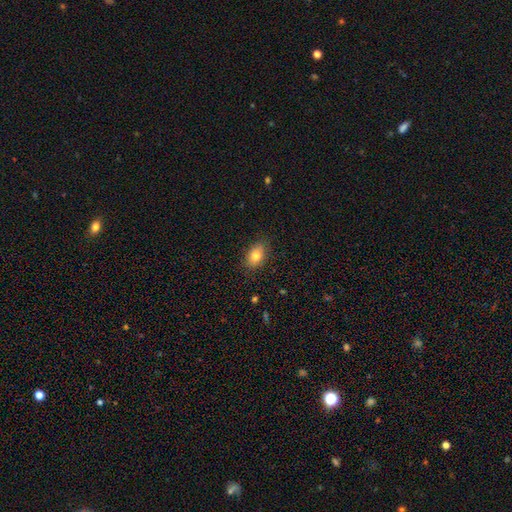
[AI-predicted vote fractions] The model was most divided on "smooth or featured": smooth: 79%, featured or disk: 12%, star or artifact: 8%. More confident: how rounded — in between (86%); merging — none (85%).